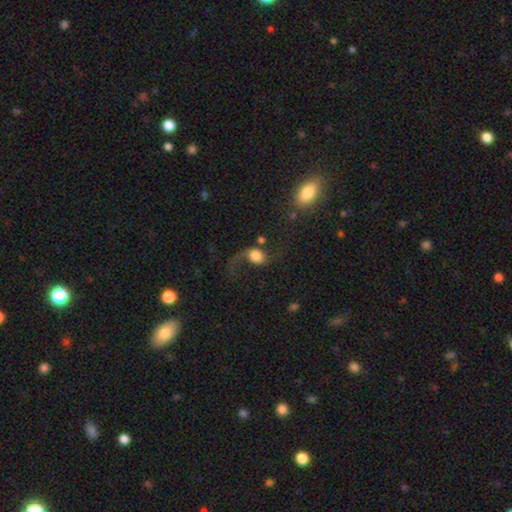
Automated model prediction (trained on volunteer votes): smooth_or_featured: featured or disk (p=0.46) [alt: smooth p=0.44]
merging: none (p=0.38) [alt: major disturbance p=0.36]